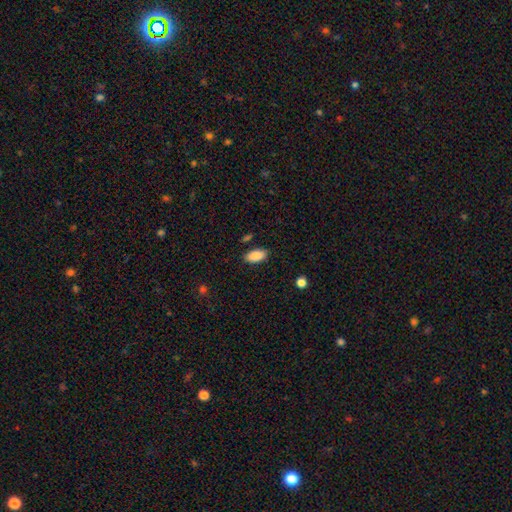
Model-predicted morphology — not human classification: Smooth or featured?
  - smooth: 88% *
  - star or artifact: 7%
  - featured or disk: 5%
How rounded?
  - in between: 93% *
  - cigar-shaped: 5%
  - round: 3%
Merging?
  - none: 85% *
  - minor disturbance: 10%
  - major disturbance: 2%
  - merger: 2%